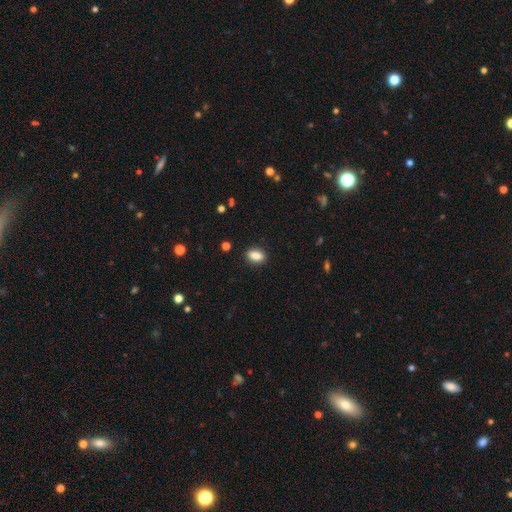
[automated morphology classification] This is clearly a smooth galaxy (88%). How rounded: clearly in between (87%). Merging: clearly none (88%).